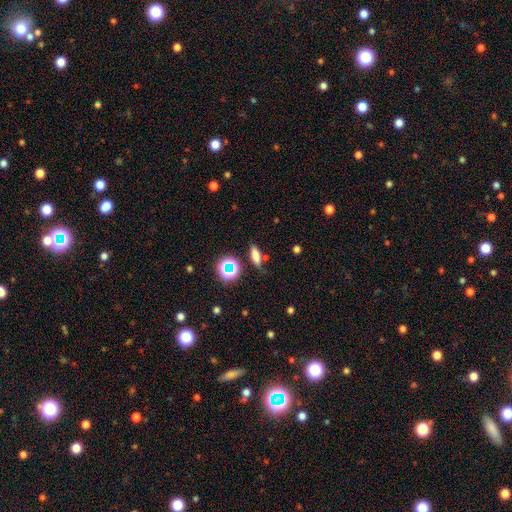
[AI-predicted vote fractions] Smooth or featured? Predicted: smooth (p=0.68). How rounded? Predicted: in between (p=0.49). Merging? Predicted: none (p=0.75).